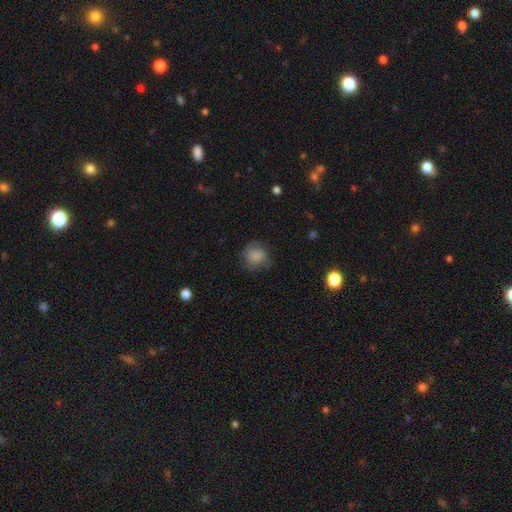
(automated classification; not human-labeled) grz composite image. It shows a smooth galaxy with no disk features (76%) that is round (84%). Merging: none (69%).